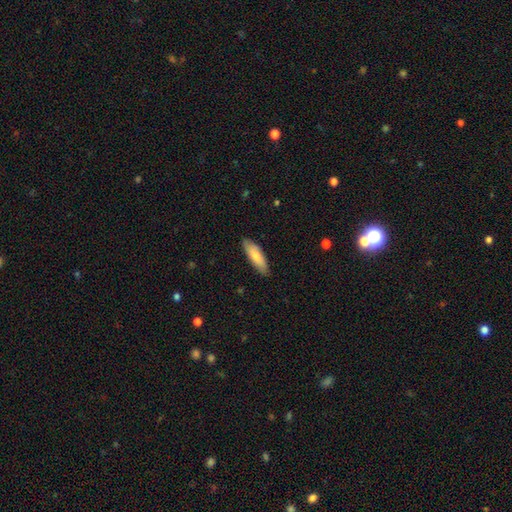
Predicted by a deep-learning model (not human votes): smooth 77%, featured or disk 17%, star or artifact 5%. Down the decision tree: how rounded — in between (49%, tied with cigar-shaped); merging — none (85%).